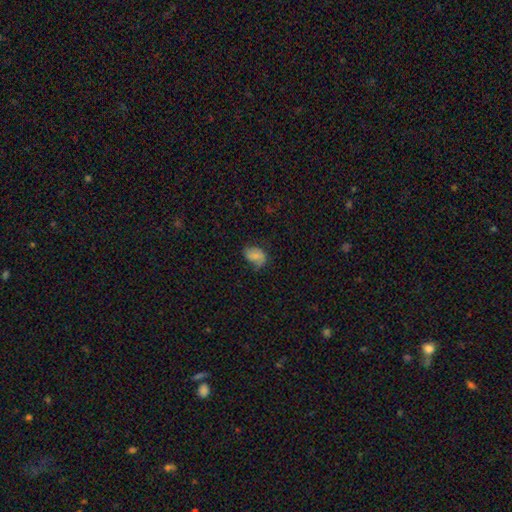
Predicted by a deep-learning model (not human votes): A smooth galaxy with no disk features (71%) that is in between round and cigar-shaped (78%). Merging: none (50%).